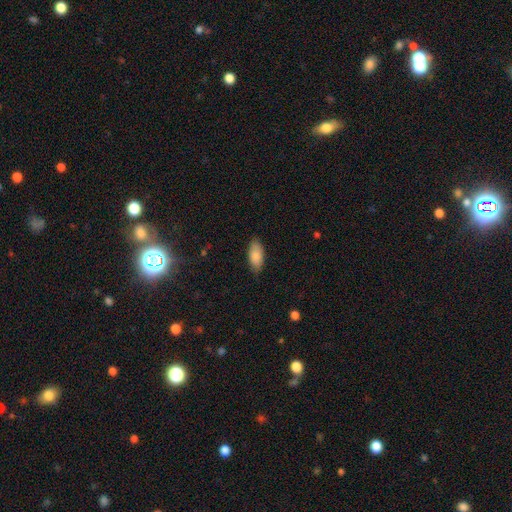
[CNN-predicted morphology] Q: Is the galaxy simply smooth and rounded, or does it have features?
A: smooth — 86%.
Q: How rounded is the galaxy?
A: in between — 88%.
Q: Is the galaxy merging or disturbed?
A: none — 85%.